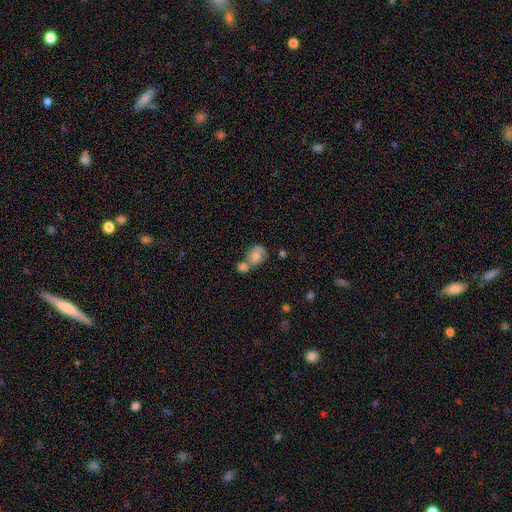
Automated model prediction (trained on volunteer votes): A smooth galaxy with no disk features (71%) that is in between round and cigar-shaped (59%).

Vote fractions:
- Smooth or featured? smooth: 71% / featured or disk: 20% / star or artifact: 9%
- How rounded? in between: 59% / round: 40% / cigar-shaped: 2%
- Merging? merger: 61% / none: 22% / minor disturbance: 11% / major disturbance: 6%